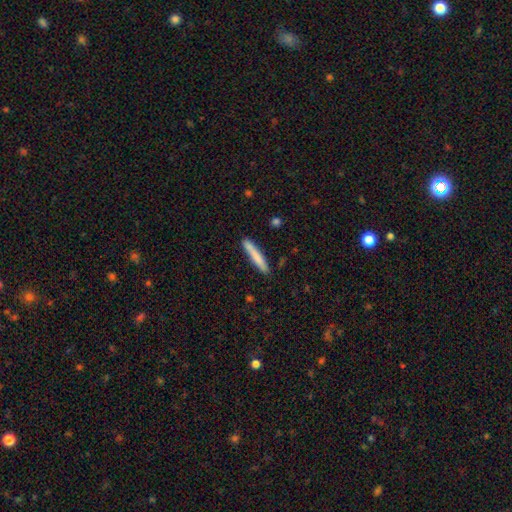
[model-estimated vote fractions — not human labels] Smooth or featured? Predicted: smooth (p=0.78). How rounded? Predicted: cigar-shaped (p=0.94). Merging? Predicted: none (p=0.85).